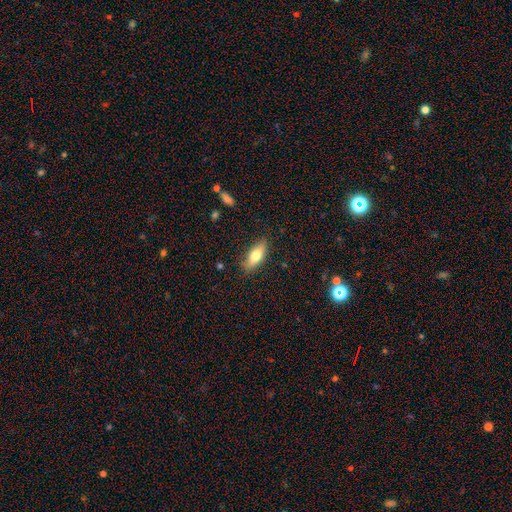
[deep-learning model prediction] Smooth or featured: smooth — 72% (featured or disk — 21%)
How rounded: in between — 75% (cigar-shaped — 22%)
Merging: none — 83% (minor disturbance — 13%)